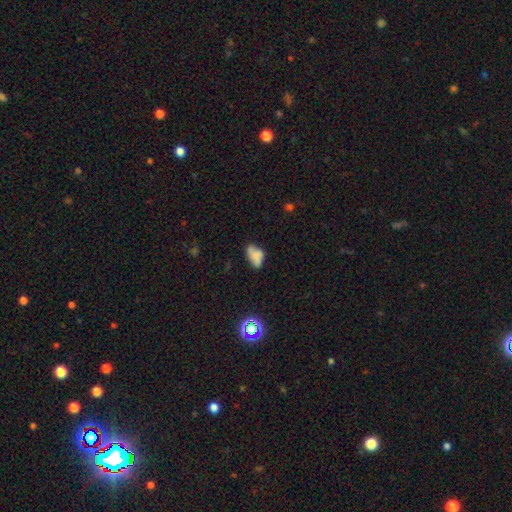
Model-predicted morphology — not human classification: Smooth or featured? smooth (67%)
How rounded? in between (88%)
Merging? none (49%)